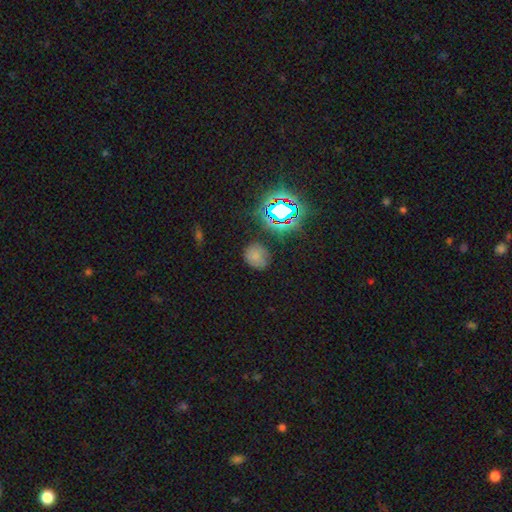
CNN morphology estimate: type=smooth (66%); roundness=round (71%); merging=none (75%).